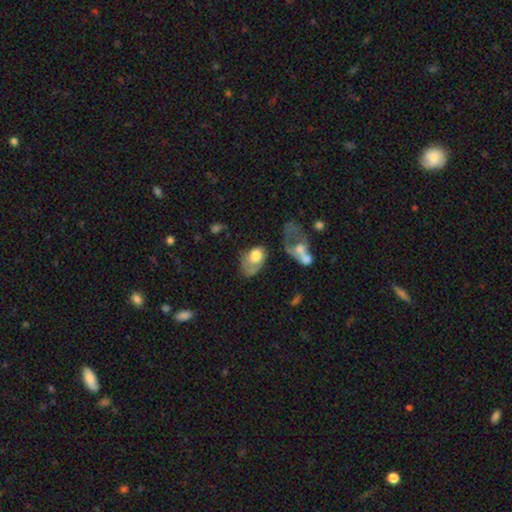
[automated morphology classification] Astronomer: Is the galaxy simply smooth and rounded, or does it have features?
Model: smooth — 60%.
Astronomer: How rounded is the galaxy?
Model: in between — 82%.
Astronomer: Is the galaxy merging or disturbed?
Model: major disturbance — 35% (runner-up: none, 27%).